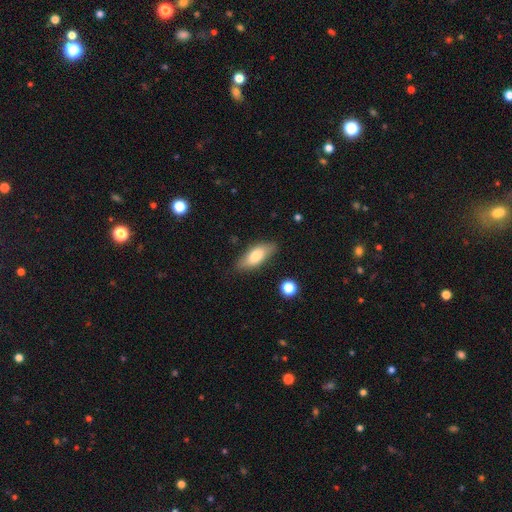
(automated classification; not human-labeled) Smooth or featured? smooth (74%)
How rounded? in between (76%)
Merging? none (81%)